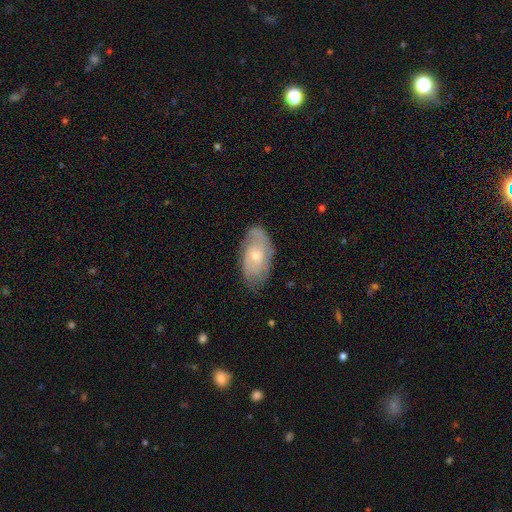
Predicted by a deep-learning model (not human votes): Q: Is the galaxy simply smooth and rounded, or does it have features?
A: featured or disk — 54%.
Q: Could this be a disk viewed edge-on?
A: no — 92%.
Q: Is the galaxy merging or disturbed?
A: none — 70%.